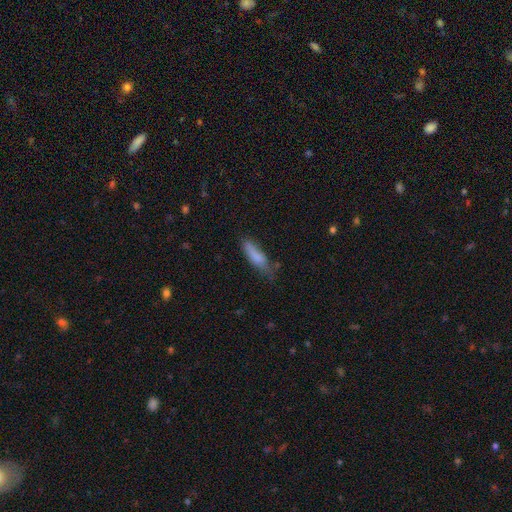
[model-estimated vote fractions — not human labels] Smooth or featured? smooth (80%)
How rounded? cigar-shaped (62%)
Merging? none (53%)